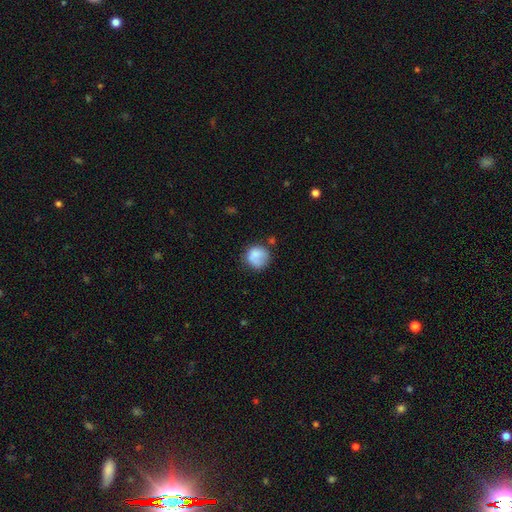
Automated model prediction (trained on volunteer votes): Smooth or featured?
  - smooth: 77% *
  - featured or disk: 15%
  - star or artifact: 8%
How rounded?
  - round: 85% *
  - in between: 14%
  - cigar-shaped: 1%
Merging?
  - none: 56% *
  - minor disturbance: 25%
  - major disturbance: 12%
  - merger: 8%